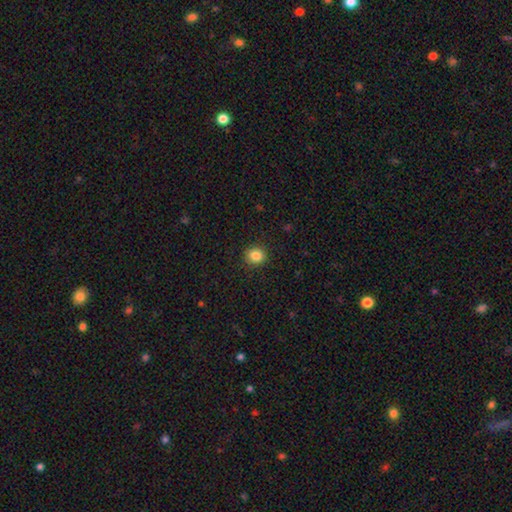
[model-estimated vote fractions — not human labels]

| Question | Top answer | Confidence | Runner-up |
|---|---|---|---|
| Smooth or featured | smooth | 84% | star or artifact (11%) |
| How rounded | round | 83% | in between (17%) |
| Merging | none | 91% | minor disturbance (6%) |